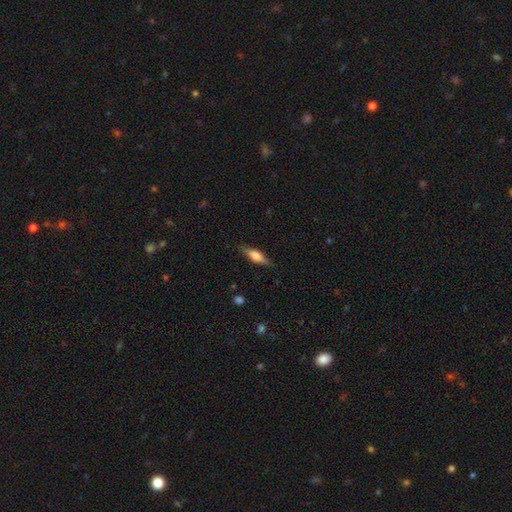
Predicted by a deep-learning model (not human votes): smooth_or_featured: smooth (p=0.52) [alt: featured or disk p=0.42]
how_rounded: cigar-shaped (p=0.58) [alt: in between p=0.40]
merging: none (p=0.84) [alt: minor disturbance p=0.12]